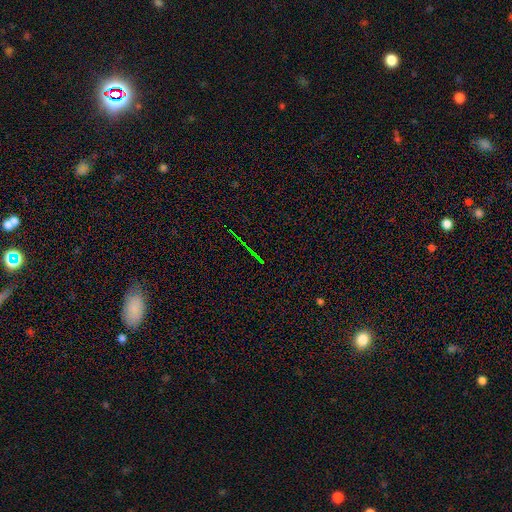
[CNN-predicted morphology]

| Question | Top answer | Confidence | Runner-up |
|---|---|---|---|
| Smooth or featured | star or artifact | 77% | featured or disk (13%) |